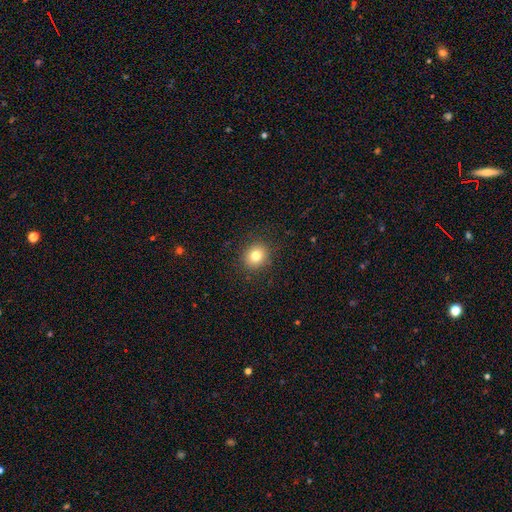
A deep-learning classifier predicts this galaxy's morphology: type=smooth (80%); roundness=round (78%); merging=none (89%).